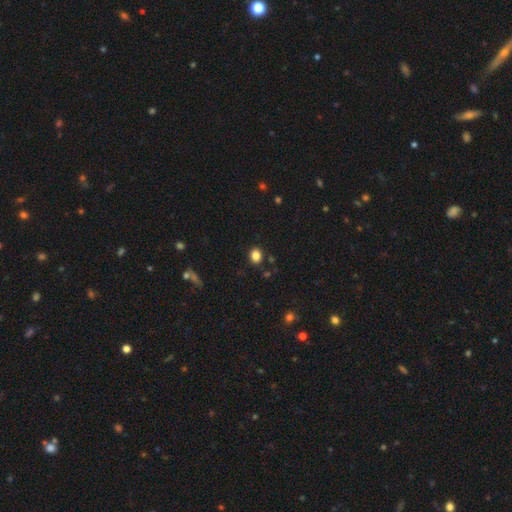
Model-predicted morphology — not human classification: smooth_or_featured: smooth (p=0.84) [alt: star or artifact p=0.11]
how_rounded: round (p=0.53) [alt: in between p=0.46]
merging: none (p=0.87) [alt: minor disturbance p=0.08]